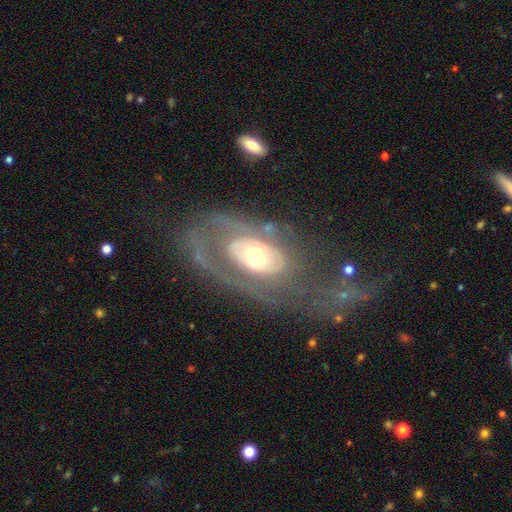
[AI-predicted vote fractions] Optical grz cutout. It shows a featured or disk galaxy (78%) with no bar (74%), spiral arms (63%) and a moderate central bulge (62%). Merging: none (43%).